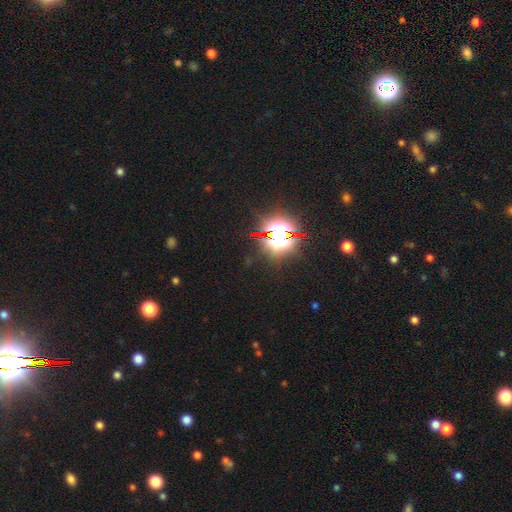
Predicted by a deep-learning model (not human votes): The model was most divided on "smooth or featured": star or artifact: 81%, smooth: 12%, featured or disk: 7%.